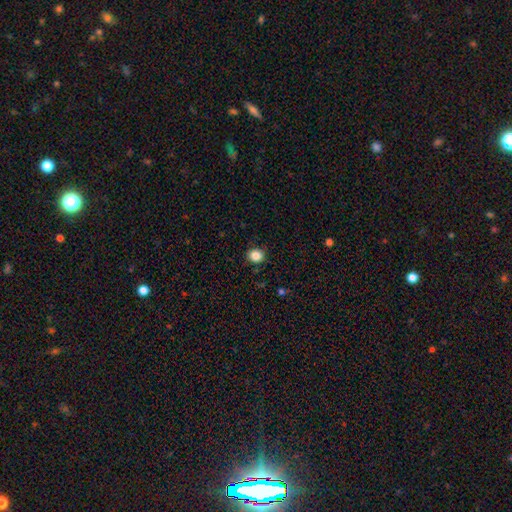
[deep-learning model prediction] Morphology: type=smooth (85%); roundness=round (78%); merging=none (89%).